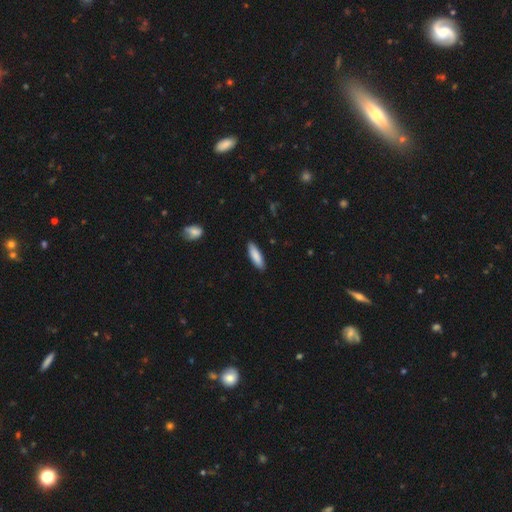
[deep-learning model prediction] smooth 87%, featured or disk 8%, star or artifact 6%. Down the decision tree: how rounded — cigar-shaped (55%); merging — none (89%).